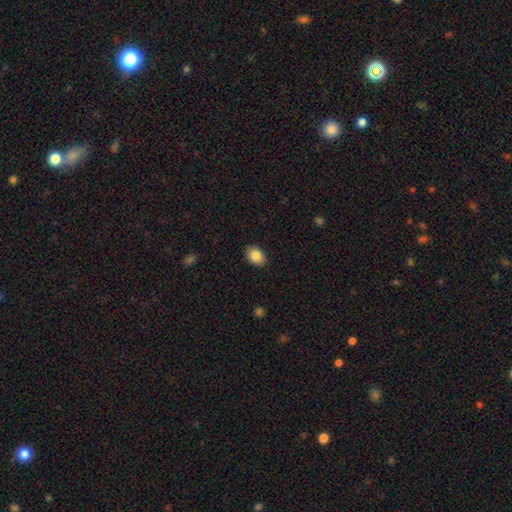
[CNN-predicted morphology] Smooth or featured?
  - smooth: 85% *
  - star or artifact: 8%
  - featured or disk: 7%
How rounded?
  - in between: 70% *
  - round: 29%
  - cigar-shaped: 1%
Merging?
  - none: 88% *
  - minor disturbance: 9%
  - major disturbance: 2%
  - merger: 1%